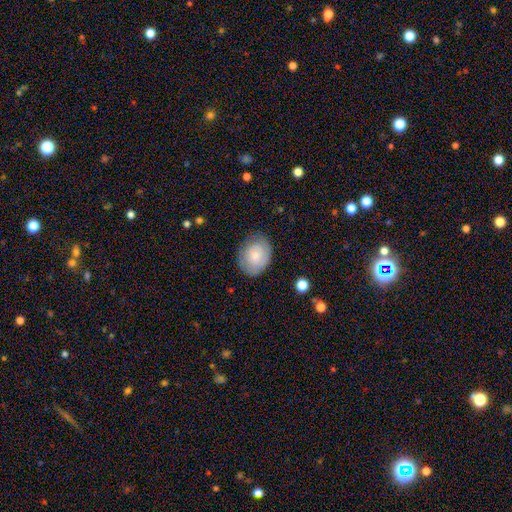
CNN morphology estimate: Overall: smooth (72%). How rounded: in between (58%; round 41%). Merging: none (74%).